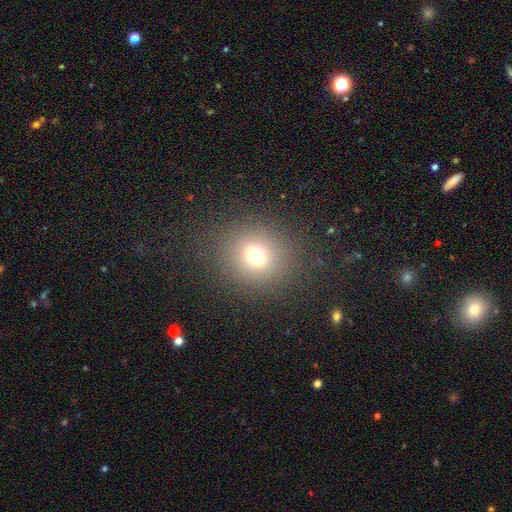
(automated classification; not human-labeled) Overall: smooth (70%). How rounded: round (78%). Merging: none (85%).